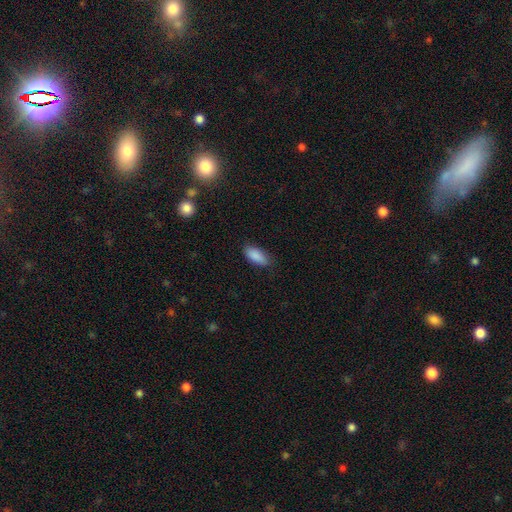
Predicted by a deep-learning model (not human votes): Overall: smooth (89%). How rounded: in between (85%). Merging: none (83%).